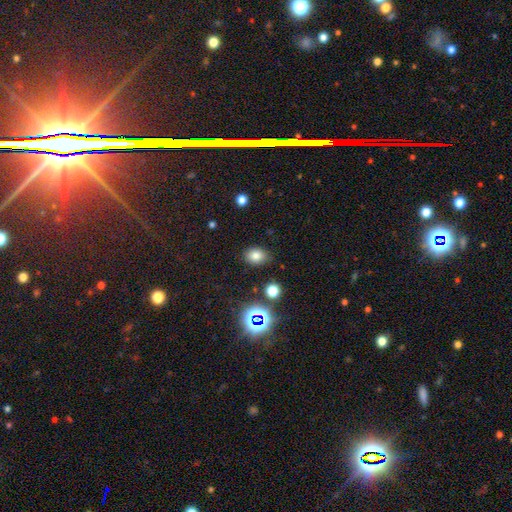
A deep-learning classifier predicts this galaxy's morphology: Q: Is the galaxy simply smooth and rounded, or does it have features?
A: smooth — 76%.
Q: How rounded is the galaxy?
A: in between — 62%.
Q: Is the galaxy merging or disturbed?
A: none — 84%.